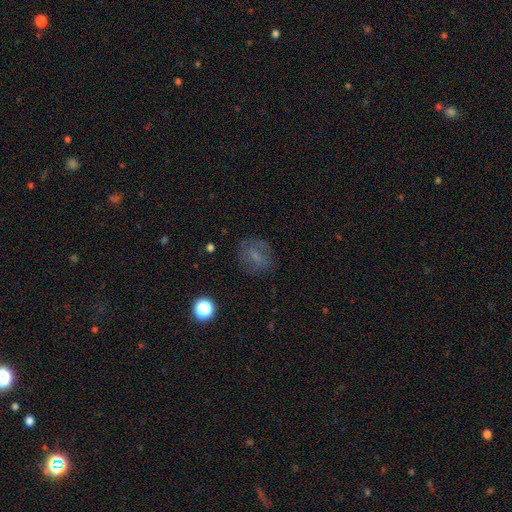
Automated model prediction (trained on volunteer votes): Overall: smooth (56%; featured or disk 27%). How rounded: round (62%; in between 36%). Merging: none (74%).